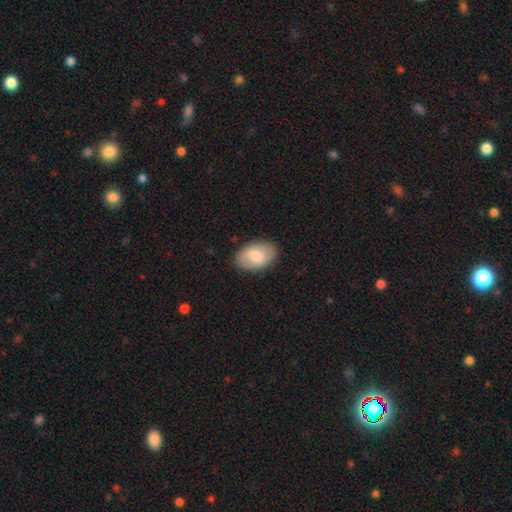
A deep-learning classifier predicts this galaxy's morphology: A smooth galaxy with no disk features (75%) that is in between round and cigar-shaped (91%).

Vote fractions:
- Smooth or featured? smooth: 75% / featured or disk: 19% / star or artifact: 6%
- How rounded? in between: 91% / round: 8% / cigar-shaped: 1%
- Merging? none: 85% / minor disturbance: 11% / major disturbance: 3% / merger: 1%